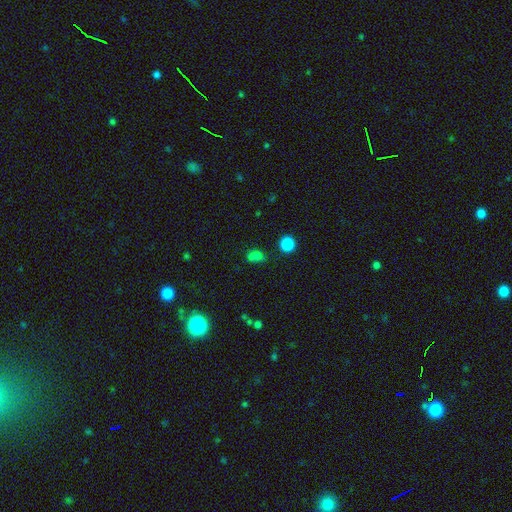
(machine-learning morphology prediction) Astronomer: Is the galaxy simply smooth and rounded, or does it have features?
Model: smooth — 70%.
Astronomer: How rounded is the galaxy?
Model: round — 50% (runner-up: in between, 48%).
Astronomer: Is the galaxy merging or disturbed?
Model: none — 51%.